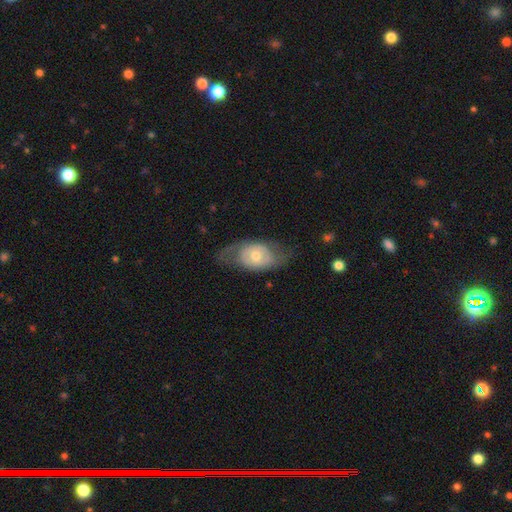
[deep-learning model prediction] This is possibly a featured or disk galaxy (60%). It is clearly not viewed edge-on (90%). Bar: likely no (76%). Spiral arm pattern: possibly yes (51%). Central bulge: possibly moderate (57%). Merging: possibly none (56%).